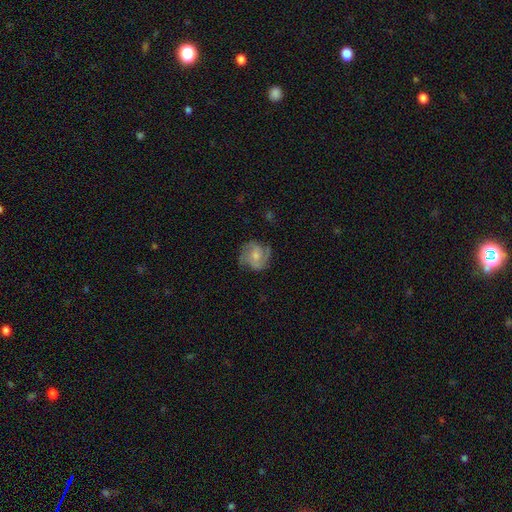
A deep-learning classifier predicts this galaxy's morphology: Overall: featured or disk (72%). Edge-on disk: no (98%). Bar: no (63%; weak 31%). Spiral arms: yes (93%). Spiral arm count: 2 (53%; 3 22%). Spiral winding: medium (45%; tight 39%). Bulge size: small (47%; moderate 45%). Merging: none (70%).